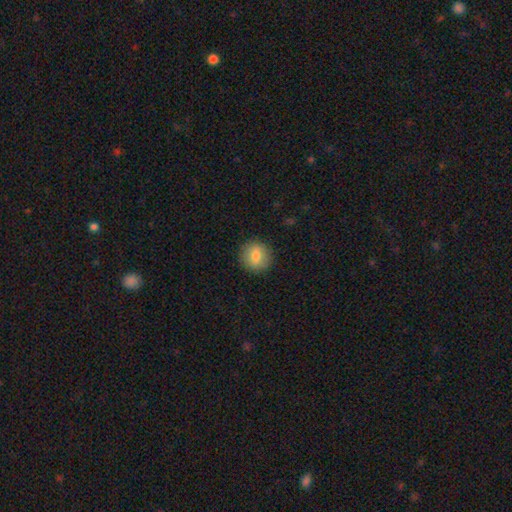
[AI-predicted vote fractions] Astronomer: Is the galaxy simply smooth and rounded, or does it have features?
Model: smooth — 78%.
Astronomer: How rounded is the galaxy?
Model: round — 91%.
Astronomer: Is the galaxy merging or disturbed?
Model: none — 90%.